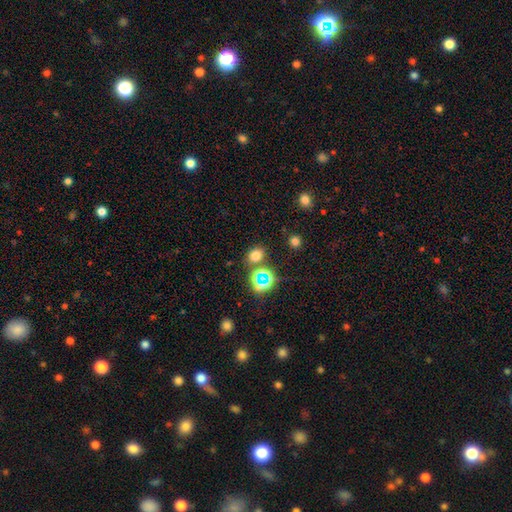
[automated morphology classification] Overall: smooth (68%). How rounded: round (50%; in between 49%). Merging: none (79%).